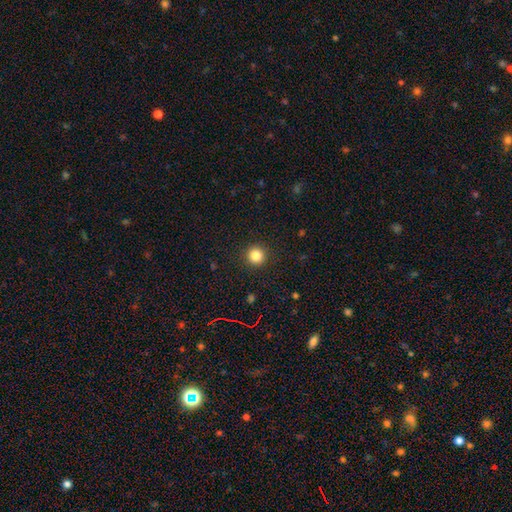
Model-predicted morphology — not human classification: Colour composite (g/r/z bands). It shows a smooth galaxy with no disk features (84%) that is round (95%). Merging: none (92%).